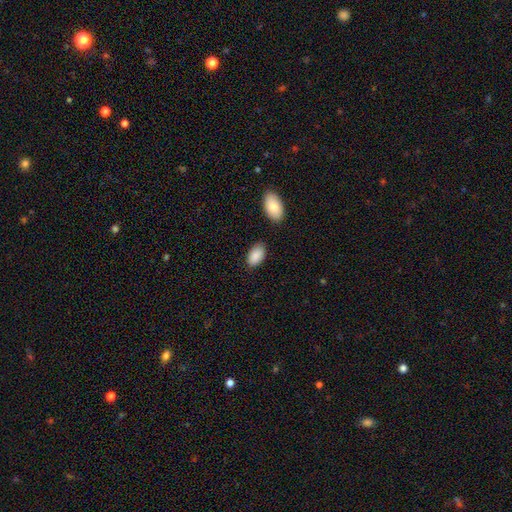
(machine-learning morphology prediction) smooth_or_featured: smooth (p=0.89) [alt: star or artifact p=0.06]
how_rounded: in between (p=0.95) [alt: round p=0.04]
merging: none (p=0.80) [alt: minor disturbance p=0.13]